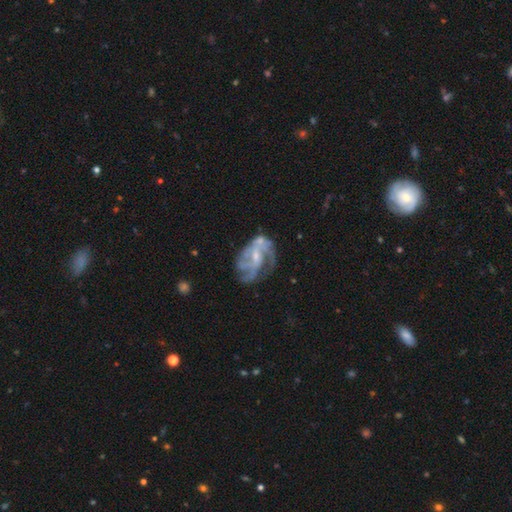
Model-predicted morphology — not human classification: smooth-or-featured: featured or disk: 83% | smooth: 10% | star or artifact: 7%
  disk-edge-on: no: 98% | yes: 2%
    bar: no: 49% | weak: 40% | strong: 11%
    has-spiral-arms: yes: 87% | no: 13%
      spiral-winding: medium: 46% | tight: 30% | loose: 24%
      spiral-arm-count: 3: 33% | can't tell: 24% | 2: 16% | 4: 16% | 1: 6% | more than 4: 5%
    bulge-size: small: 58% | moderate: 31% | none: 8% | large: 2% | dominant: 1%
  merging: none: 48% | major disturbance: 25% | minor disturbance: 22% | merger: 5%